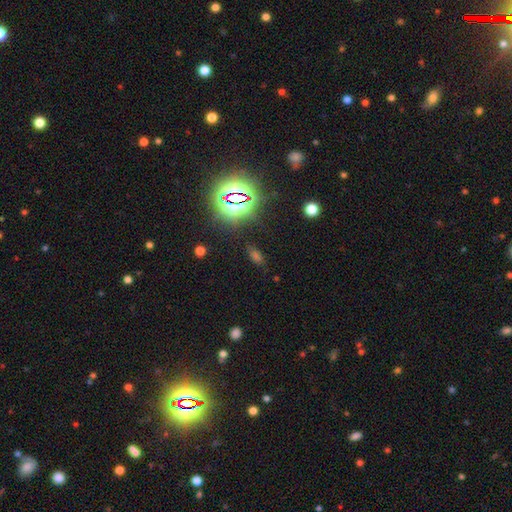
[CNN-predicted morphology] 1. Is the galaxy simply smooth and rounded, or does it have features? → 53% star or artifact, 37% smooth, 10% featured or disk.